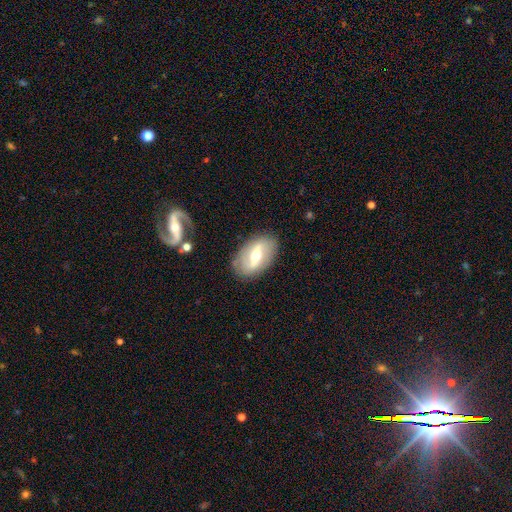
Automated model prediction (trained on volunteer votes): featured or disk 61%, smooth 33%, star or artifact 7%. Down the decision tree: edge-on disk — no (85%); bar — strong (52%); spiral arms — no (64%); bulge size — moderate (71%); merging — none (84%).